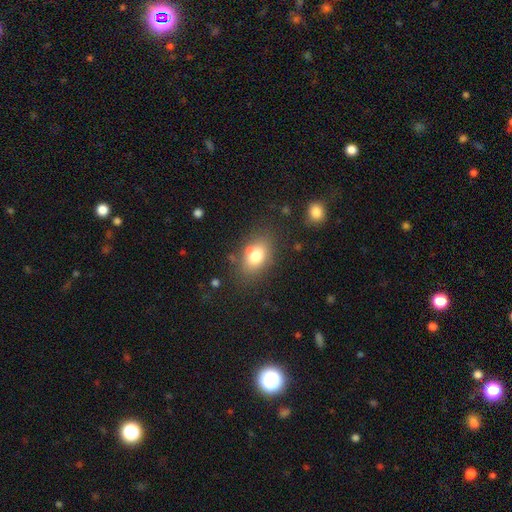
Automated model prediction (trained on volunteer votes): smooth_or_featured: smooth (p=0.76) [alt: featured or disk p=0.14]
how_rounded: in between (p=0.77) [alt: round p=0.21]
merging: none (p=0.70) [alt: minor disturbance p=0.17]